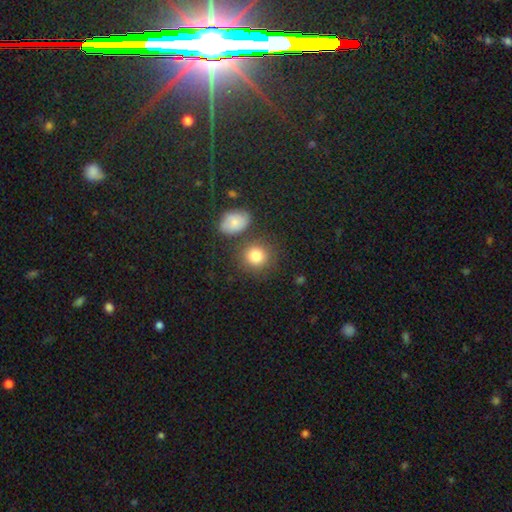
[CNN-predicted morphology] Smooth or featured: smooth — 82% (star or artifact — 10%)
How rounded: round — 83% (in between — 16%)
Merging: none — 75% (minor disturbance — 10%)